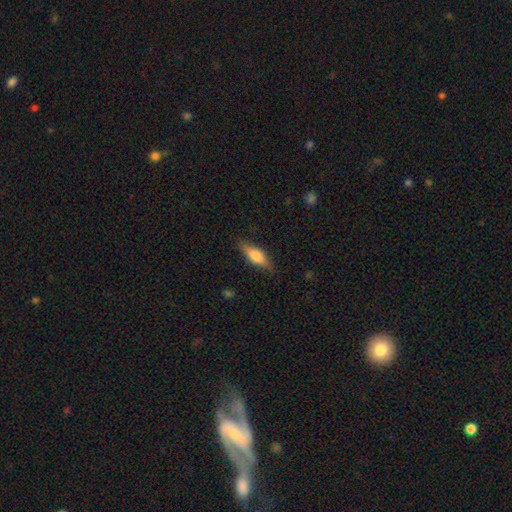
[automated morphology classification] type=smooth (69%); roundness=in between (61%); merging=none (81%).